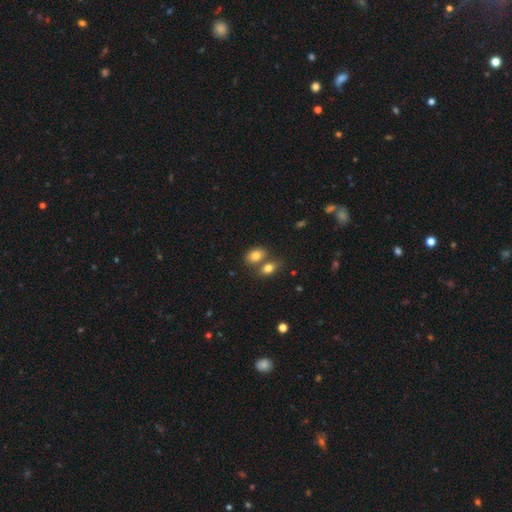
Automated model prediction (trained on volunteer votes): The model was most divided on "merging": none: 45%, merger: 43%, minor disturbance: 9%, major disturbance: 3%. More confident: how rounded — in between (83%); smooth or featured — smooth (80%).